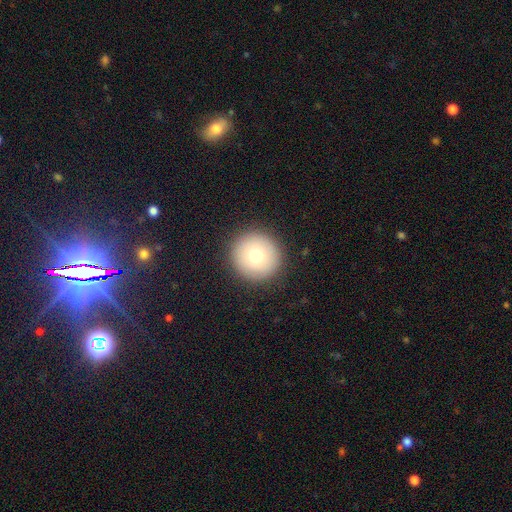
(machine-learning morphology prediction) smooth_or_featured: smooth (p=0.75) [alt: featured or disk p=0.15]
how_rounded: round (p=0.96) [alt: in between p=0.03]
merging: none (p=0.91) [alt: minor disturbance p=0.05]